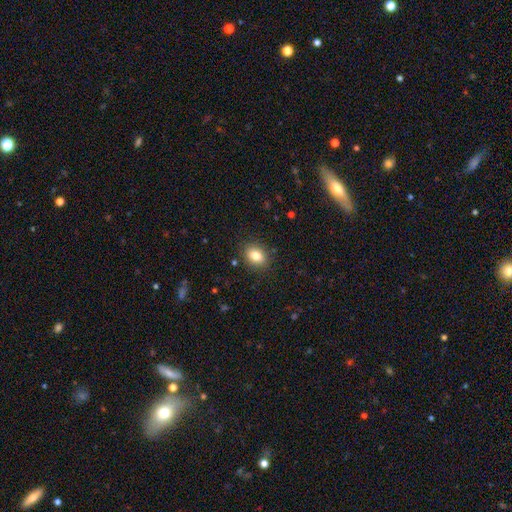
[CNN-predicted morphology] A smooth galaxy with no disk features (82%) that is in between round and cigar-shaped (61%).

Vote fractions:
- Smooth or featured? smooth: 82% / star or artifact: 10% / featured or disk: 8%
- How rounded? in between: 61% / round: 38% / cigar-shaped: 1%
- Merging? none: 88% / minor disturbance: 9% / major disturbance: 3% / merger: 1%